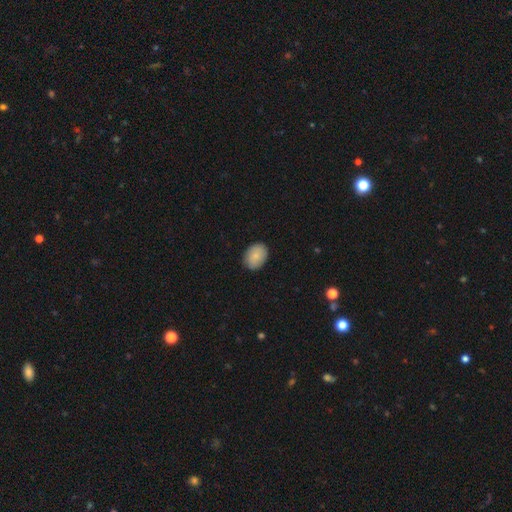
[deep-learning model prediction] smooth-or-featured: smooth: 85% | featured or disk: 9% | star or artifact: 7%
  how-rounded: in between: 66% | round: 33% | cigar-shaped: 1%
  merging: none: 87% | minor disturbance: 10% | major disturbance: 2% | merger: 1%